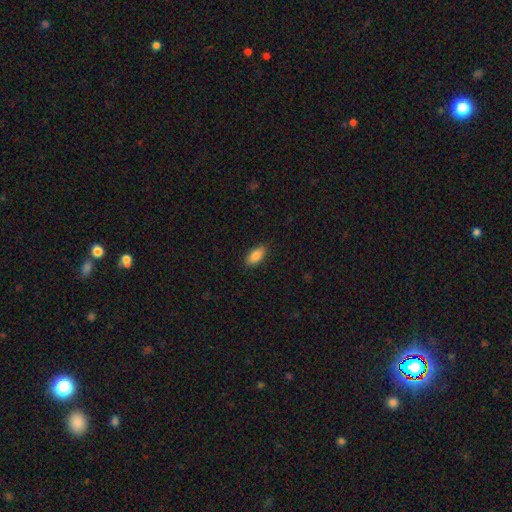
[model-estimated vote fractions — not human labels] Smooth or featured? Predicted: smooth (p=0.87). How rounded? Predicted: in between (p=0.90). Merging? Predicted: none (p=0.88).